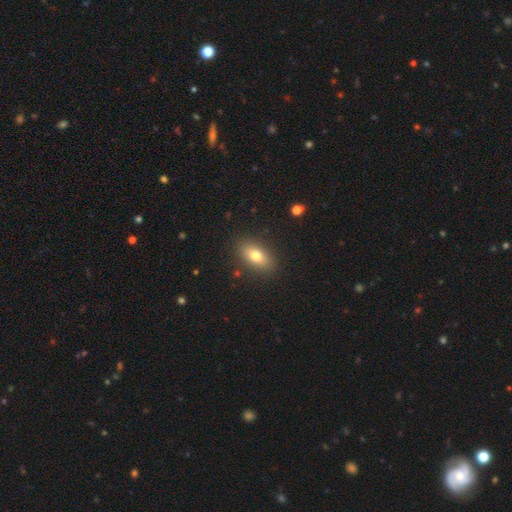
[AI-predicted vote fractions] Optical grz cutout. It shows a smooth galaxy with no disk features (75%) that is in between round and cigar-shaped (85%). Merging: none (88%).